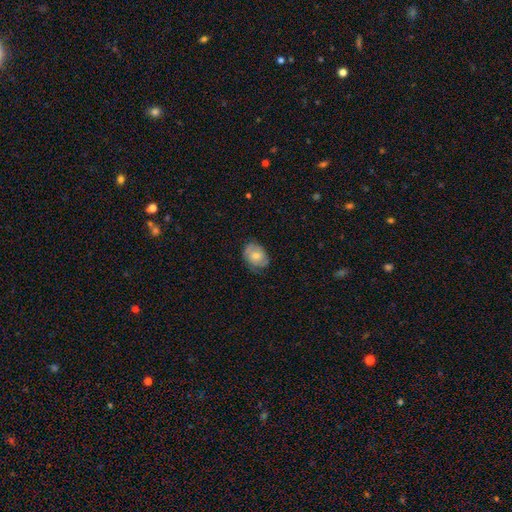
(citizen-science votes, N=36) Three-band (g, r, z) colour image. It shows a smooth galaxy with no disk features (69%) that is in between round and cigar-shaped (56%). Merging: none (56%).